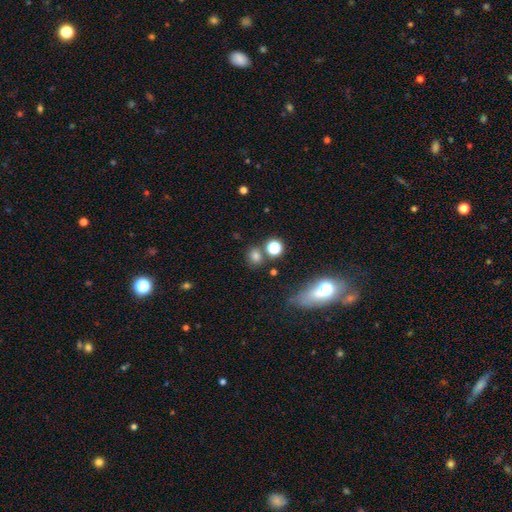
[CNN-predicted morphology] A smooth galaxy with no disk features (72%) that is round (71%).

Vote fractions:
- Smooth or featured? smooth: 72% / star or artifact: 20% / featured or disk: 7%
- How rounded? round: 71% / in between: 28% / cigar-shaped: 1%
- Merging? none: 73% / merger: 12% / minor disturbance: 11% / major disturbance: 4%